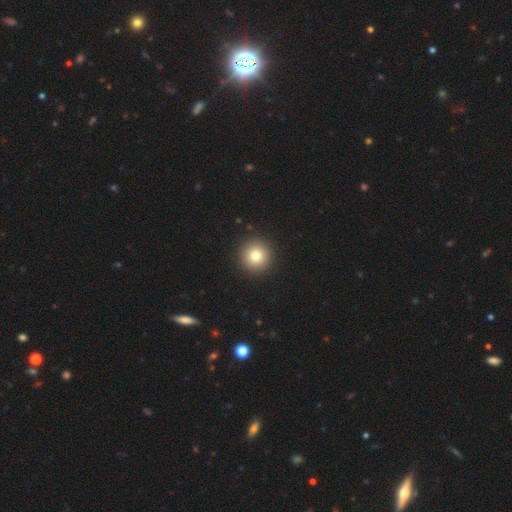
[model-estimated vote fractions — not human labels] A smooth galaxy with no disk features (82%) that is round (95%).

Vote fractions:
- Smooth or featured? smooth: 82% / star or artifact: 10% / featured or disk: 7%
- How rounded? round: 95% / in between: 4% / cigar-shaped: 1%
- Merging? none: 93% / minor disturbance: 5% / major disturbance: 2% / merger: 1%